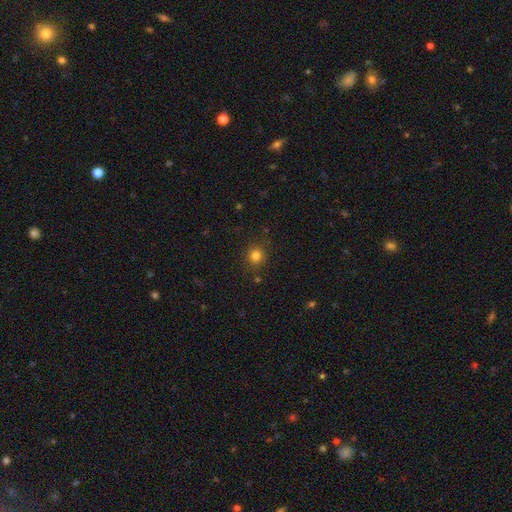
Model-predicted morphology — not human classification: A smooth galaxy with no disk features (80%) that is round (89%).

Vote fractions:
- Smooth or featured? smooth: 80% / star or artifact: 14% / featured or disk: 5%
- How rounded? round: 89% / in between: 10% / cigar-shaped: 1%
- Merging? none: 87% / minor disturbance: 8% / major disturbance: 3% / merger: 2%